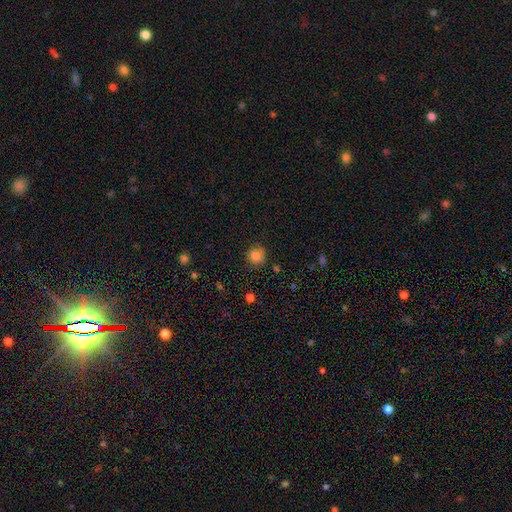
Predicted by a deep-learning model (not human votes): Q: Smooth or featured?
A: smooth (82%); runner-up: star or artifact (11%)
Q: How rounded?
A: round (87%); runner-up: in between (12%)
Q: Merging?
A: none (79%); runner-up: minor disturbance (16%)